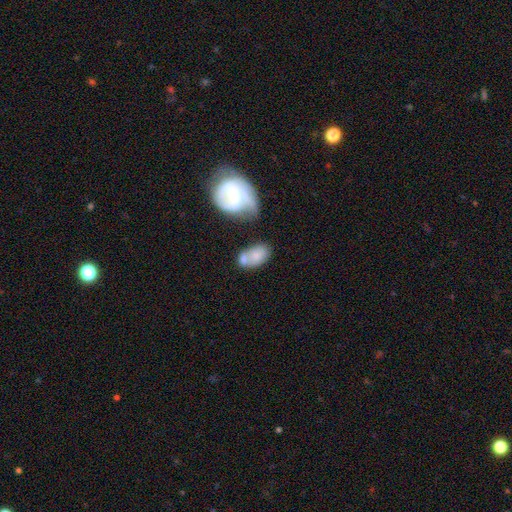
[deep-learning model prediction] Morphology: type=smooth (64%); roundness=in between (89%); merging=merger (39%).